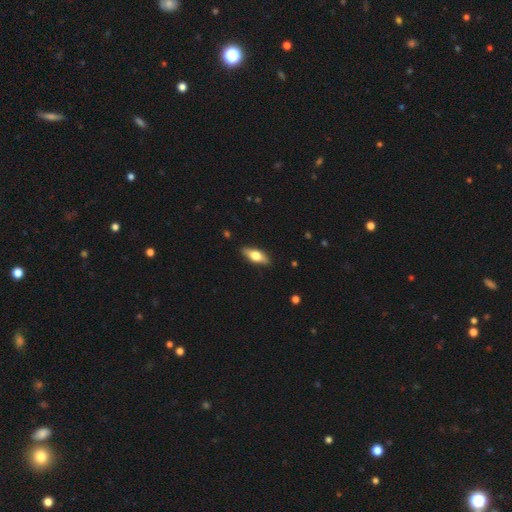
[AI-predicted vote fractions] Morphology: type=smooth (52%); roundness=in between (70%); merging=none (88%).